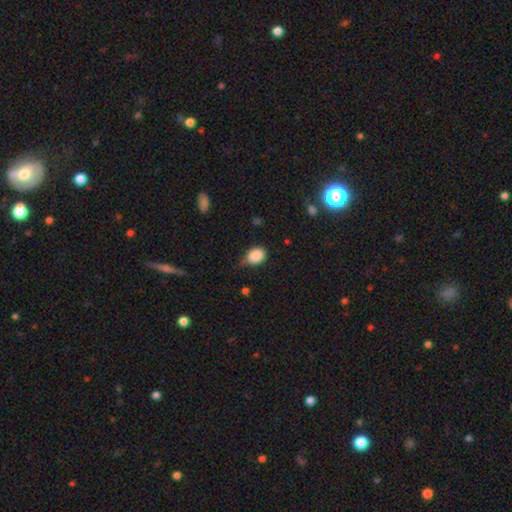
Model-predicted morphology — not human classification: smooth_or_featured: smooth (p=0.88) [alt: star or artifact p=0.08]
how_rounded: in between (p=0.72) [alt: round p=0.27]
merging: none (p=0.60) [alt: minor disturbance p=0.32]